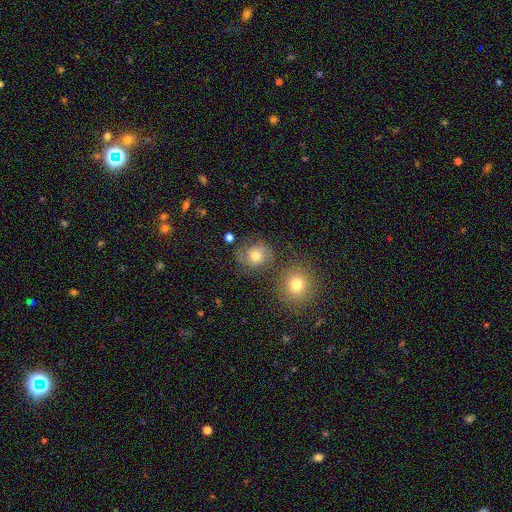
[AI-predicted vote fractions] featured or disk 60%, smooth 28%, star or artifact 12%. Down the decision tree: edge-on disk — no (98%); bar — no (77%); spiral arms — yes (91%); spiral arm count — 2 (84%); spiral winding — medium (48%); bulge size — moderate (69%); merging — none (69%).